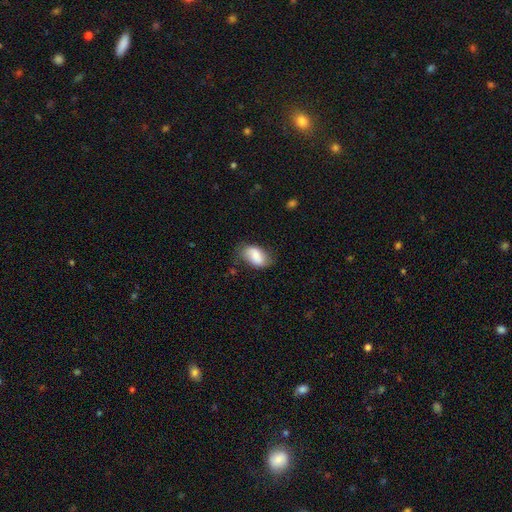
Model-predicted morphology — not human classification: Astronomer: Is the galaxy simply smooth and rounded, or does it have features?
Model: smooth — 71%.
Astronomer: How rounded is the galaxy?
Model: in between — 91%.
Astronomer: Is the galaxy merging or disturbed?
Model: none — 66%.